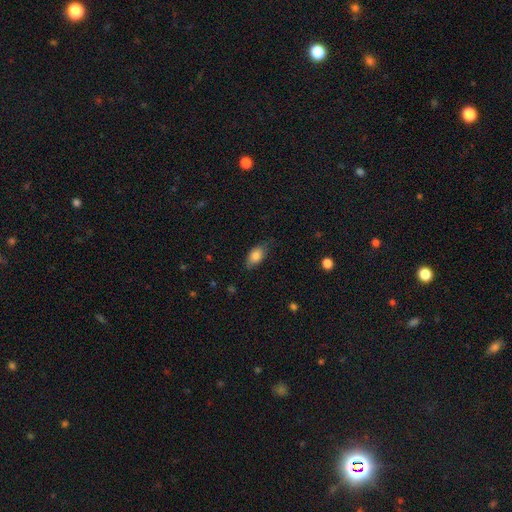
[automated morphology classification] Smooth or featured? Predicted: smooth (p=0.83). How rounded? Predicted: in between (p=0.89). Merging? Predicted: none (p=0.72).